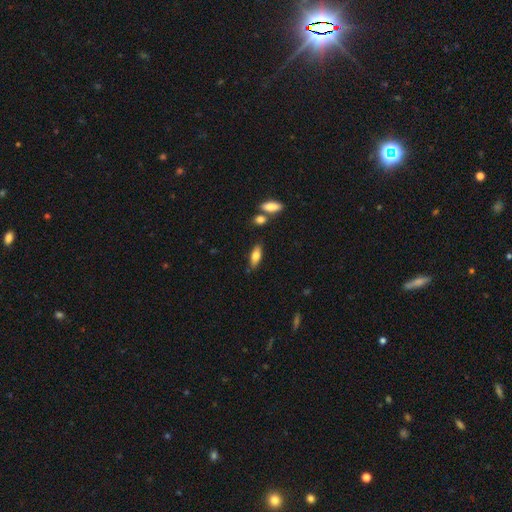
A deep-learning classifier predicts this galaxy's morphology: Smooth or featured?
  - smooth: 71% *
  - featured or disk: 22%
  - star or artifact: 7%
How rounded?
  - in between: 70% *
  - cigar-shaped: 28%
  - round: 3%
Merging?
  - none: 78% *
  - minor disturbance: 14%
  - merger: 5%
  - major disturbance: 3%